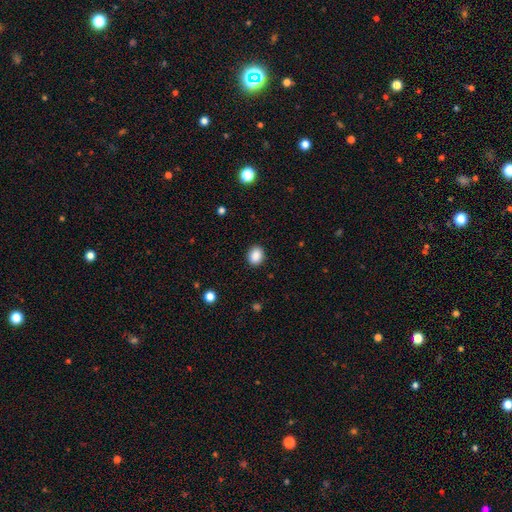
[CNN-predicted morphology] Smooth or featured?
  - smooth: 88% *
  - star or artifact: 9%
  - featured or disk: 3%
How rounded?
  - round: 51% *
  - in between: 48%
  - cigar-shaped: 1%
Merging?
  - none: 90% *
  - minor disturbance: 7%
  - major disturbance: 2%
  - merger: 1%